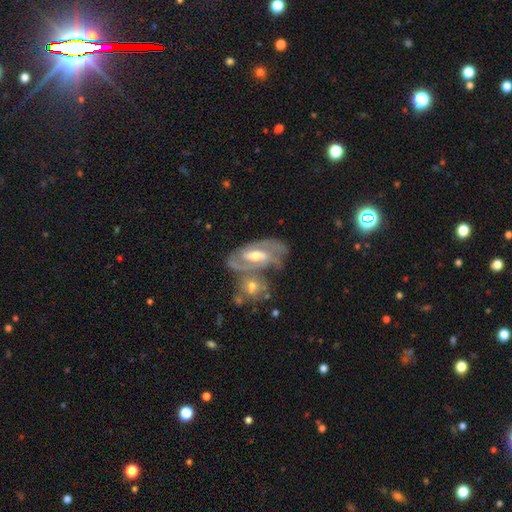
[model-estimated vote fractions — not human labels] Smooth or featured: featured or disk — 83% (smooth — 12%)
Edge-on disk: no — 93% (yes — 7%)
Bar: weak — 44% (strong — 34%)
Spiral arms: yes — 91% (no — 9%)
Spiral winding: medium — 47% (tight — 40%)
Spiral arm count: 2 — 74% (can't tell — 13%)
Bulge size: moderate — 68% (small — 23%)
Merging: none — 46% (merger — 30%)